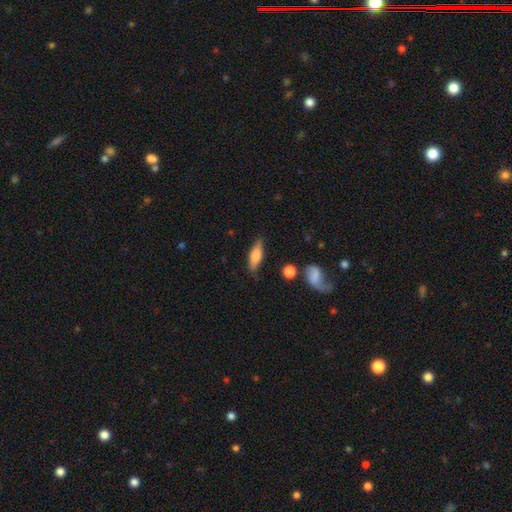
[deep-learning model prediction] A smooth galaxy with no disk features (62%) that is in between round and cigar-shaped (54%).

Vote fractions:
- Smooth or featured? smooth: 62% / featured or disk: 31% / star or artifact: 7%
- How rounded? in between: 54% / cigar-shaped: 42% / round: 3%
- Merging? none: 78% / minor disturbance: 16% / major disturbance: 4% / merger: 3%